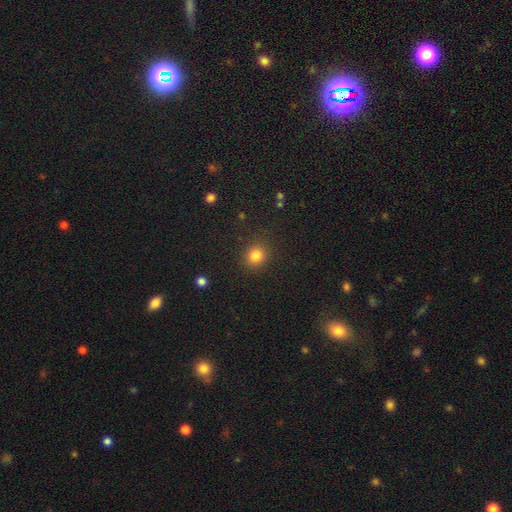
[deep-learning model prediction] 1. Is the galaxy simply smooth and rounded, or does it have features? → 83% smooth, 12% star or artifact, 5% featured or disk.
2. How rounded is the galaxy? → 84% round, 15% in between, 1% cigar-shaped.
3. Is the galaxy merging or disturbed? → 88% none, 7% minor disturbance, 3% major disturbance, 1% merger.